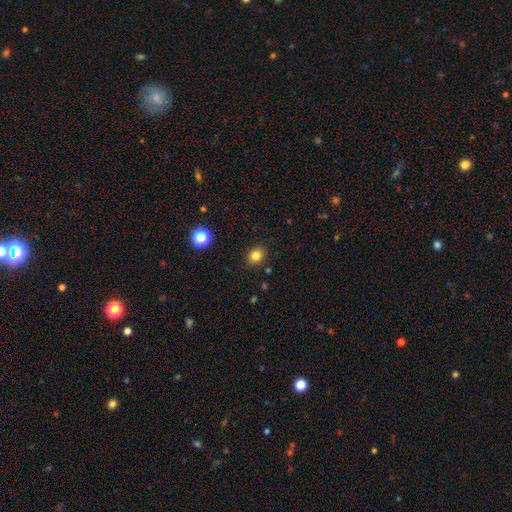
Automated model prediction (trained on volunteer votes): Overall: smooth (81%). How rounded: round (62%; in between 37%). Merging: none (88%).